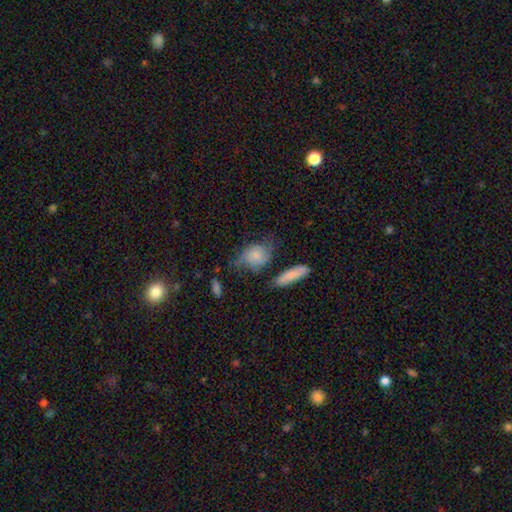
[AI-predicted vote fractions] Smooth or featured? Predicted: smooth (p=0.62). How rounded? Predicted: in between (p=0.52). Merging? Predicted: none (p=0.43).